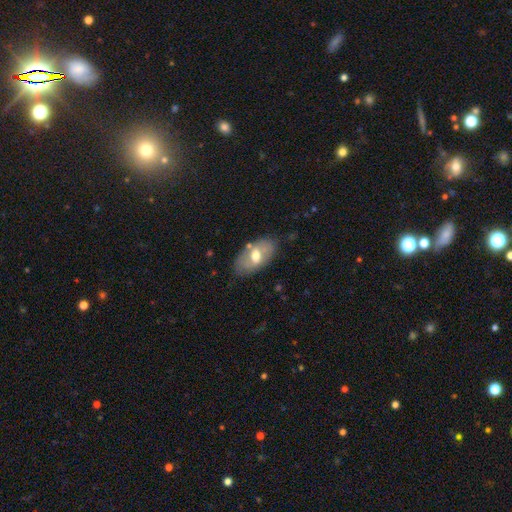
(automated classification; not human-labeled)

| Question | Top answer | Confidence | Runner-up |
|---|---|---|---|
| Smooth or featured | smooth | 49% | featured or disk (44%) |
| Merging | none | 73% | minor disturbance (18%) |